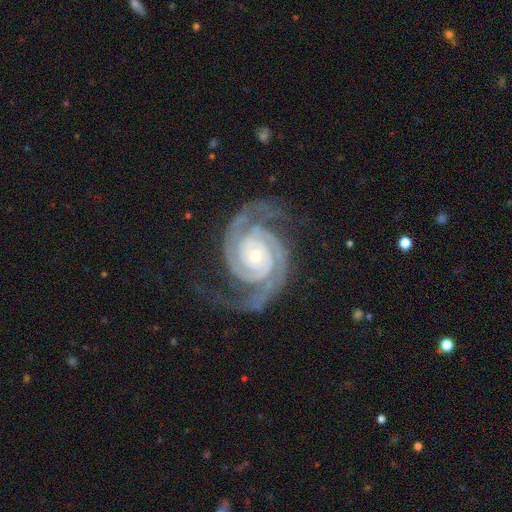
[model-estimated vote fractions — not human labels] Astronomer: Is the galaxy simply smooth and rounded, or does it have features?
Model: featured or disk — 93%.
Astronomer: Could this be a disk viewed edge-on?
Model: no — 98%.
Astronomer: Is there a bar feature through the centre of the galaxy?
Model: no — 74%.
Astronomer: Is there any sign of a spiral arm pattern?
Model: yes — 99%.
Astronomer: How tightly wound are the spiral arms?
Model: tight — 69%.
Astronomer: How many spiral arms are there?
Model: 2 — 84%.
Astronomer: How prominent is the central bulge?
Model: small — 72%.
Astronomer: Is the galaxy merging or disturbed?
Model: none — 75%.